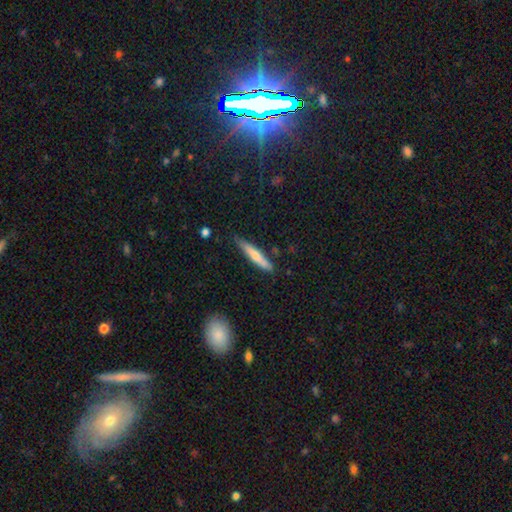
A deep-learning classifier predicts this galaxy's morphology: smooth 61%, featured or disk 33%, star or artifact 5%. Down the decision tree: how rounded — cigar-shaped (91%); merging — none (80%).